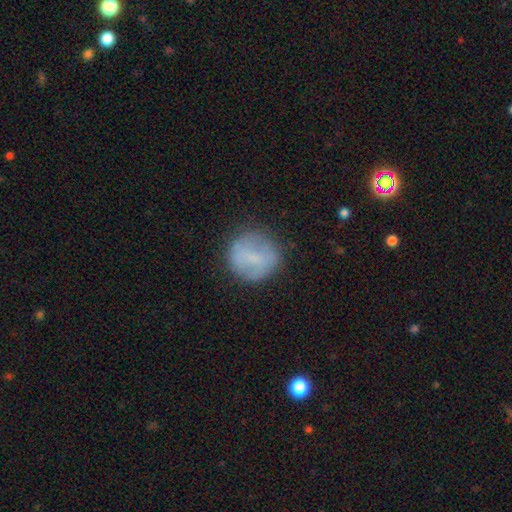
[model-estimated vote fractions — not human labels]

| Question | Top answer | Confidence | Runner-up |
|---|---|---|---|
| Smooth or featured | smooth | 65% | featured or disk (26%) |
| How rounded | round | 87% | in between (12%) |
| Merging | none | 74% | minor disturbance (17%) |